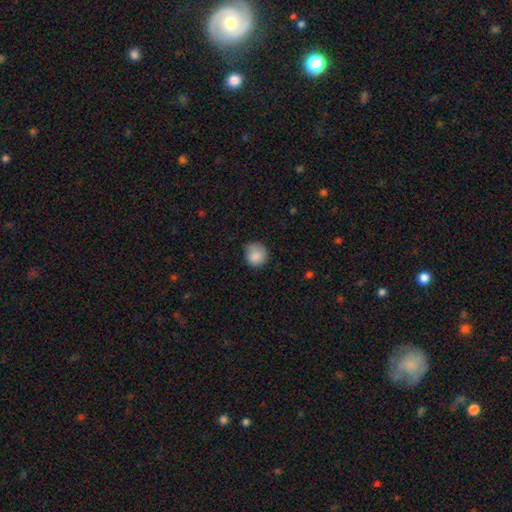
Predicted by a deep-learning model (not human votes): A smooth galaxy with no disk features (87%) that is round (89%).

Vote fractions:
- Smooth or featured? smooth: 87% / star or artifact: 8% / featured or disk: 5%
- How rounded? round: 89% / in between: 10% / cigar-shaped: 1%
- Merging? none: 70% / minor disturbance: 24% / major disturbance: 4% / merger: 1%